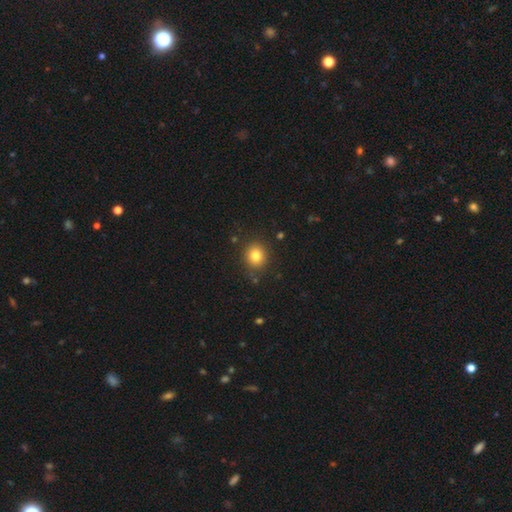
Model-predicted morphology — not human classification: Smooth or featured?
  - smooth: 82% *
  - star or artifact: 12%
  - featured or disk: 7%
How rounded?
  - round: 82% *
  - in between: 17%
  - cigar-shaped: 1%
Merging?
  - none: 86% *
  - minor disturbance: 9%
  - major disturbance: 3%
  - merger: 2%